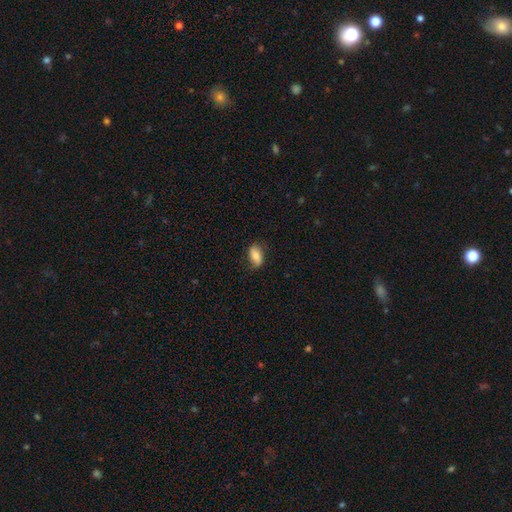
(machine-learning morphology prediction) Overall: smooth (73%). How rounded: in between (91%). Merging: none (71%).